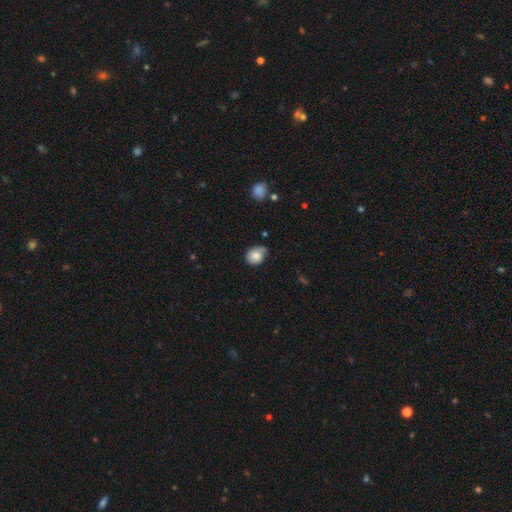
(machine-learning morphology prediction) smooth 78%, featured or disk 13%, star or artifact 8%. Down the decision tree: how rounded — round (52%); merging — none (46%).